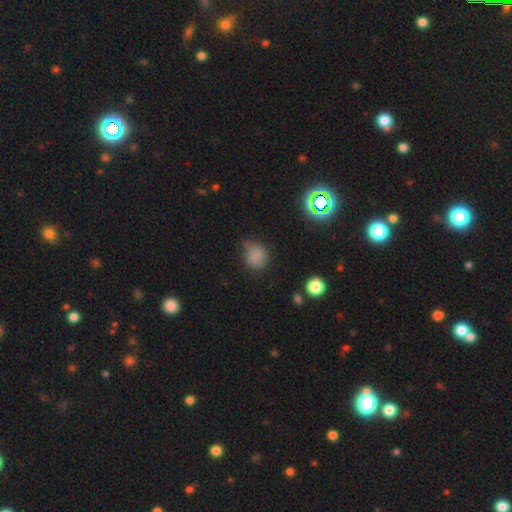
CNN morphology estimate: Smooth or featured: smooth — 79% (star or artifact — 14%)
How rounded: round — 70% (in between — 29%)
Merging: none — 60% (minor disturbance — 29%)